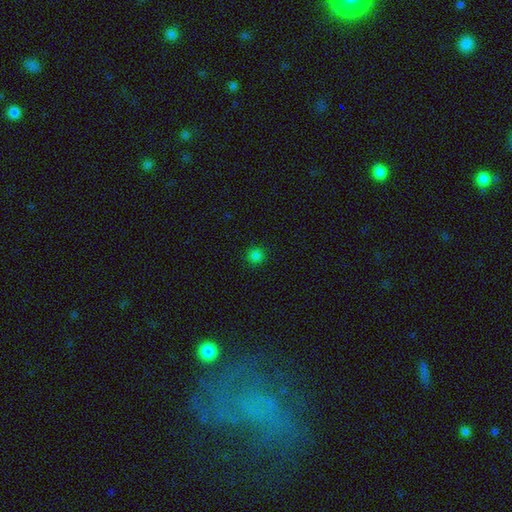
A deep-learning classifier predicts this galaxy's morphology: A smooth galaxy with no disk features (82%) that is round (94%). Merging: none (92%).